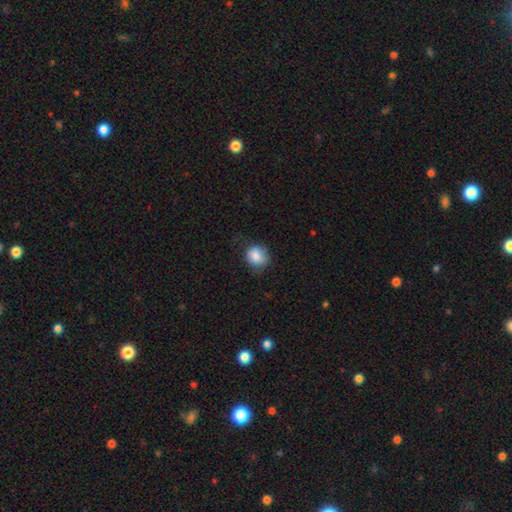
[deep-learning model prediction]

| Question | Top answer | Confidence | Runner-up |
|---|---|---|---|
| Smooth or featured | smooth | 85% | star or artifact (8%) |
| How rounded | round | 77% | in between (23%) |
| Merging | none | 70% | minor disturbance (22%) |